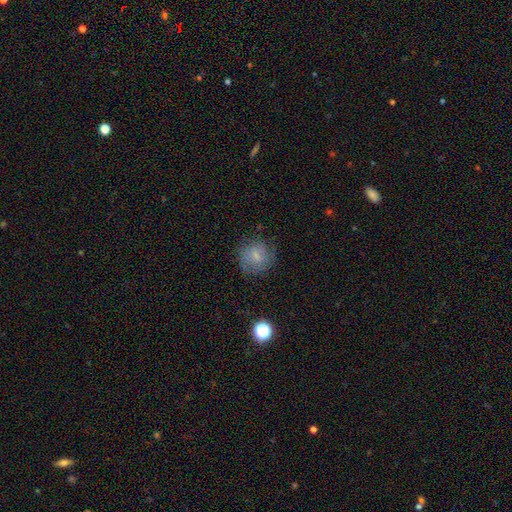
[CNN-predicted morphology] Smooth or featured? Predicted: smooth (p=0.62). How rounded? Predicted: round (p=0.83). Merging? Predicted: none (p=0.70).